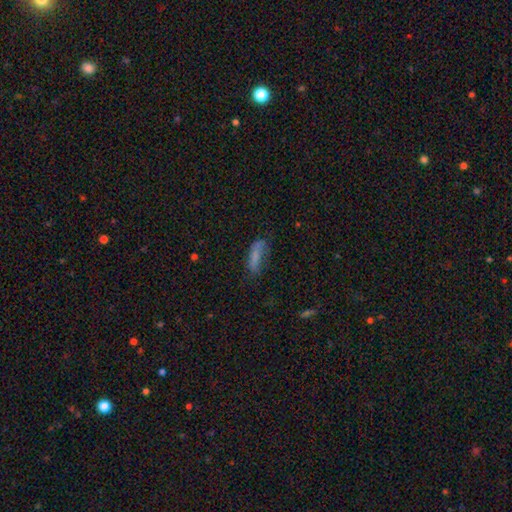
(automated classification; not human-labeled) Smooth or featured?
  - smooth: 71% *
  - featured or disk: 19%
  - star or artifact: 10%
How rounded?
  - cigar-shaped: 49% *
  - in between: 48%
  - round: 2%
Merging?
  - none: 47% *
  - minor disturbance: 30%
  - major disturbance: 19%
  - merger: 3%